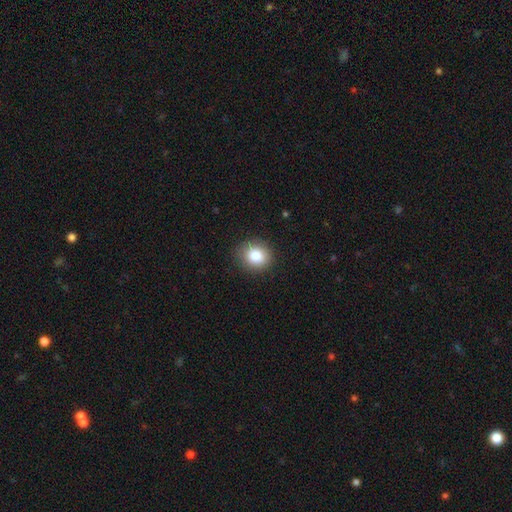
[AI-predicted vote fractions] Morphology: type=smooth (84%); roundness=round (76%); merging=none (87%).